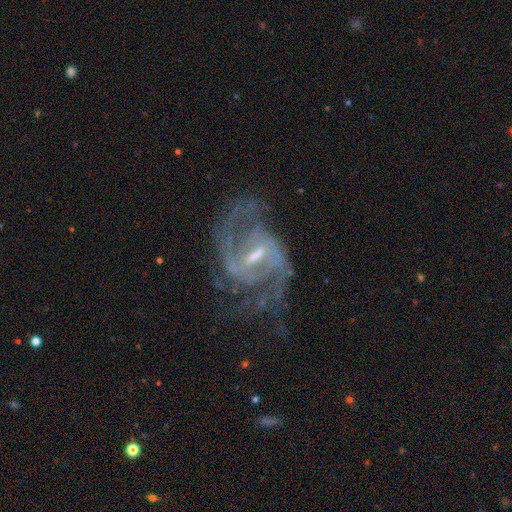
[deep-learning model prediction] Smooth or featured?
  - featured or disk: 91% *
  - star or artifact: 6%
  - smooth: 4%
Edge-on disk?
  - no: 97% *
  - yes: 3%
Bar?
  - weak: 54% *
  - strong: 36%
  - no: 10%
Spiral arms?
  - yes: 97% *
  - no: 3%
Spiral winding?
  - medium: 56% *
  - loose: 23%
  - tight: 21%
Spiral arm count?
  - 2: 80% *
  - can't tell: 7%
  - 3: 6%
  - 1: 3%
  - 4: 2%
  - more than 4: 2%
Bulge size?
  - small: 48% *
  - moderate: 40%
  - none: 8%
  - large: 3%
  - dominant: 1%
Merging?
  - none: 64% *
  - minor disturbance: 17%
  - major disturbance: 17%
  - merger: 2%